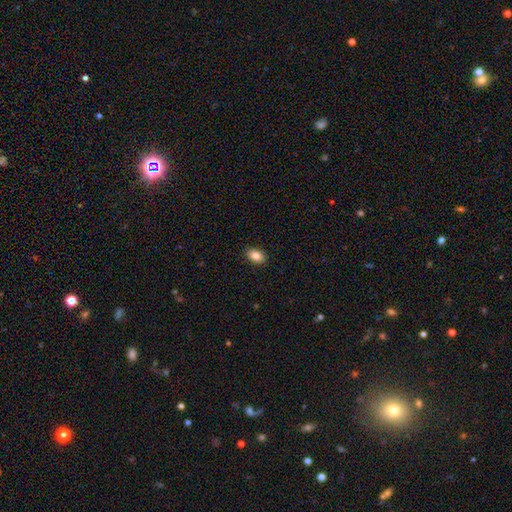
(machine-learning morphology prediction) This appears to be a smooth galaxy with no disk features (85%) that is in between round and cigar-shaped (82%). Merging: none (89%).